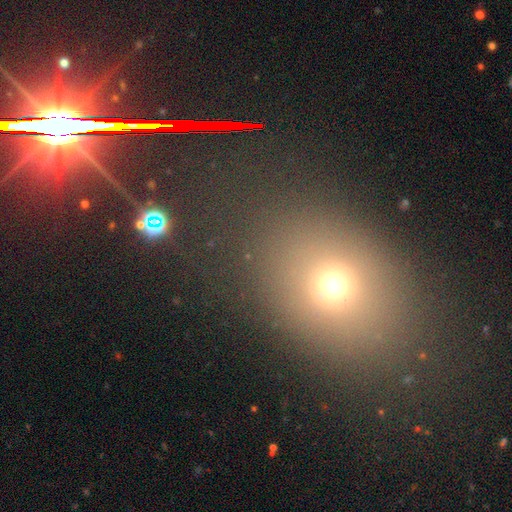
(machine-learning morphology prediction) type=smooth (59%); roundness=in between (52%); merging=none (85%).